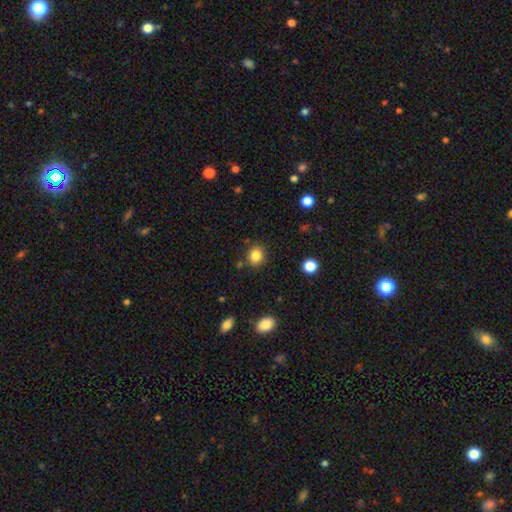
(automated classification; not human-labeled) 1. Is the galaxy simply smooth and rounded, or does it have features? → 84% smooth, 11% star or artifact, 5% featured or disk.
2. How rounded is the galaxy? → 64% round, 35% in between, 1% cigar-shaped.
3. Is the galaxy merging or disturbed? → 84% none, 10% minor disturbance, 3% merger, 3% major disturbance.